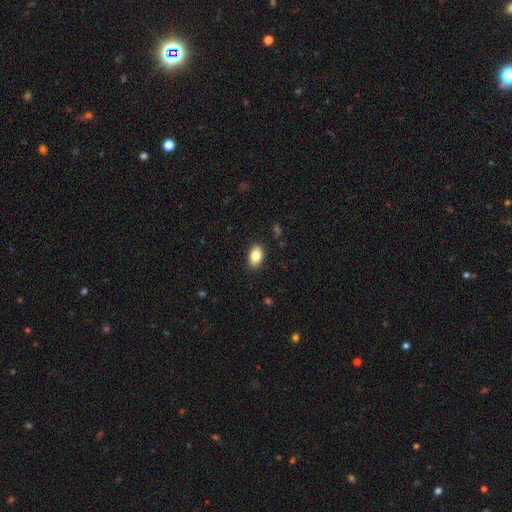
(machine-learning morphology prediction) smooth 84%, featured or disk 9%, star or artifact 8%. Down the decision tree: how rounded — in between (91%); merging — none (89%).